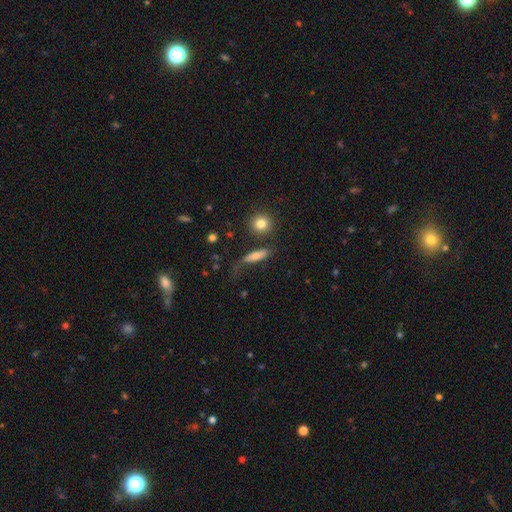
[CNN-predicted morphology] smooth-or-featured: smooth: 67% | featured or disk: 24% | star or artifact: 10%
  how-rounded: cigar-shaped: 51% | in between: 42% | round: 7%
  merging: none: 51% | minor disturbance: 23% | major disturbance: 20% | merger: 7%